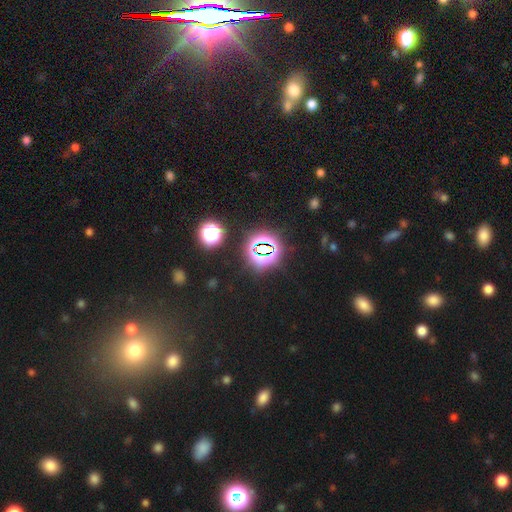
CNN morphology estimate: Smooth or featured? Predicted: star or artifact (p=0.75).